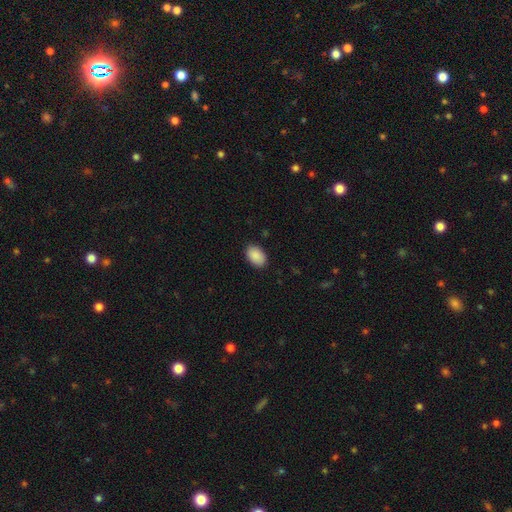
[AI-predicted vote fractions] The model was most divided on "how rounded": in between: 88%, round: 11%, cigar-shaped: 1%. More confident: smooth or featured — smooth (90%); merging — none (88%).